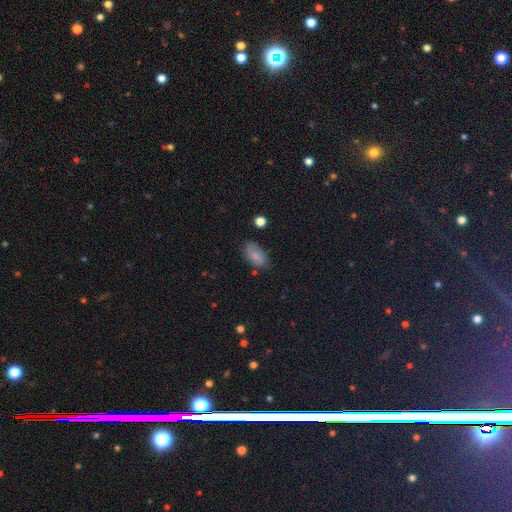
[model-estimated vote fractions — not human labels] Q: Smooth or featured?
A: smooth (75%); runner-up: featured or disk (16%)
Q: How rounded?
A: in between (92%); runner-up: round (6%)
Q: Merging?
A: none (63%); runner-up: minor disturbance (26%)